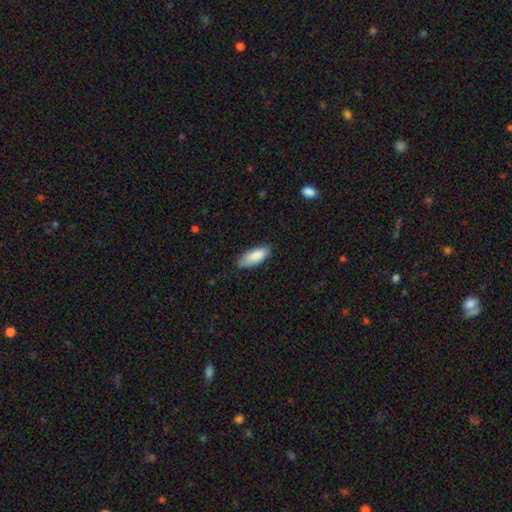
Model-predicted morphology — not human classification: smooth_or_featured: smooth (p=0.88) [alt: featured or disk p=0.07]
how_rounded: in between (p=0.81) [alt: cigar-shaped p=0.17]
merging: none (p=0.80) [alt: minor disturbance p=0.16]